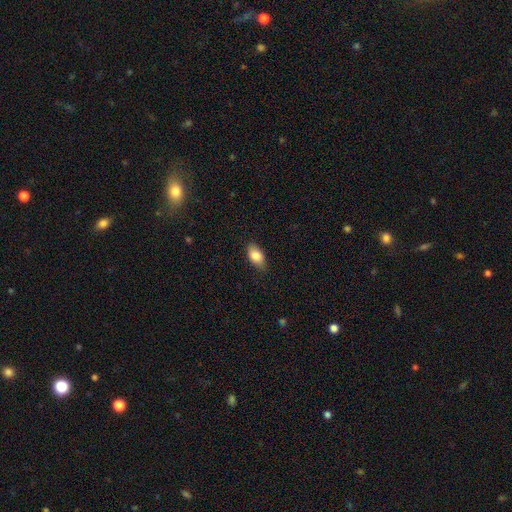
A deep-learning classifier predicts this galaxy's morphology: Smooth or featured: smooth — 85% (featured or disk — 8%)
How rounded: in between — 91% (round — 6%)
Merging: none — 83% (minor disturbance — 13%)